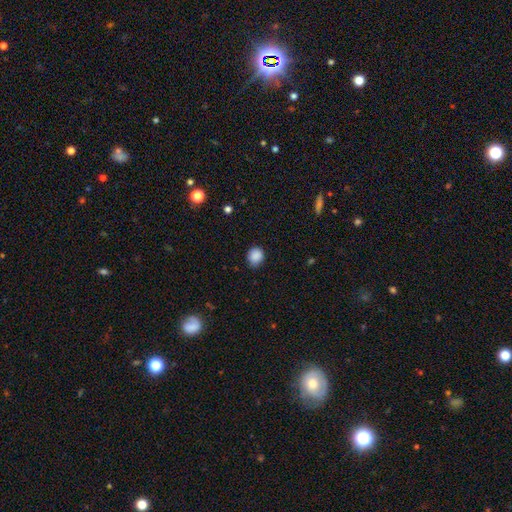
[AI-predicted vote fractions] smooth-or-featured: smooth: 88% | star or artifact: 9% | featured or disk: 3%
  how-rounded: round: 80% | in between: 19% | cigar-shaped: 1%
  merging: none: 79% | minor disturbance: 16% | major disturbance: 3% | merger: 1%